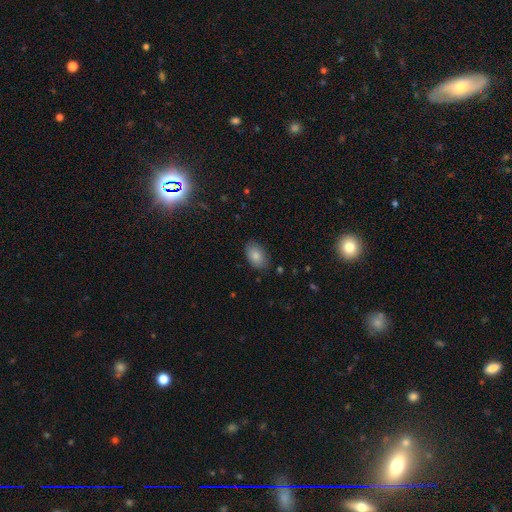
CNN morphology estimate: smooth-or-featured: smooth: 83% | featured or disk: 9% | star or artifact: 7%
  how-rounded: in between: 91% | round: 8% | cigar-shaped: 1%
  merging: none: 82% | minor disturbance: 14% | major disturbance: 3% | merger: 1%